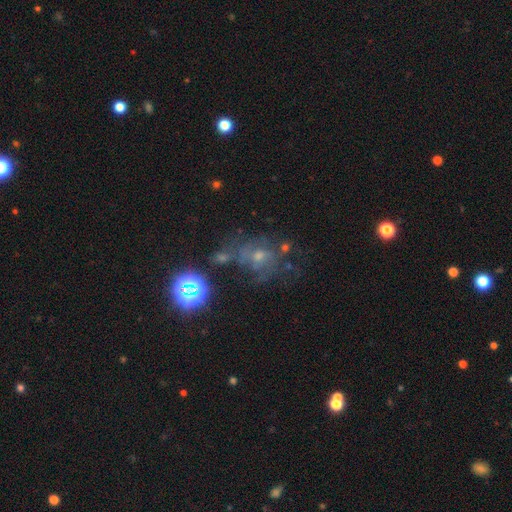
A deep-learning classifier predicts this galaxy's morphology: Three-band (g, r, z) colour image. It shows a featured or disk galaxy (43%). Merging: none (52%).